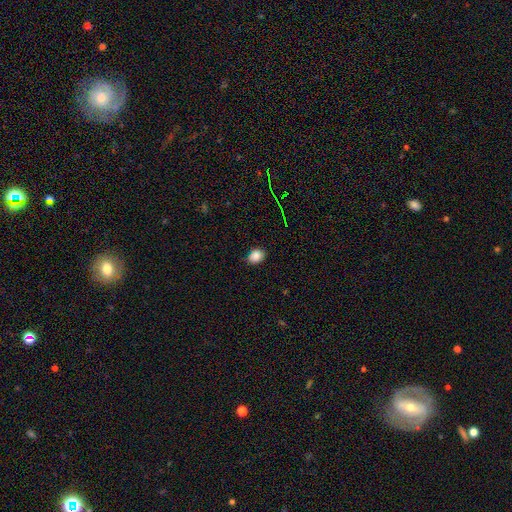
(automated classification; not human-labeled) Overall: smooth (85%). How rounded: in between (64%; round 34%). Merging: none (78%).